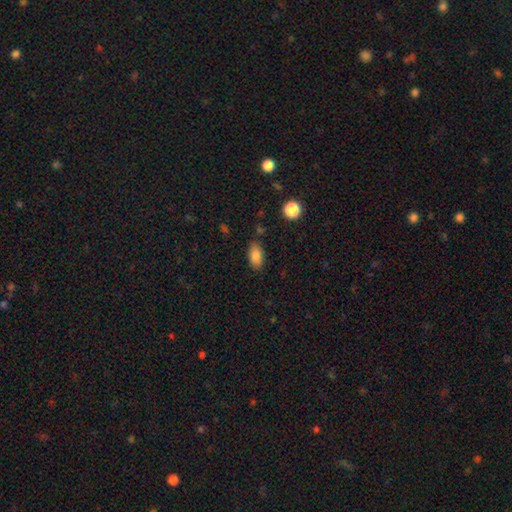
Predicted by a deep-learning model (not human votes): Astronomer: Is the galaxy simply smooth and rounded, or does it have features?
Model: smooth — 83%.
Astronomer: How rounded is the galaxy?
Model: in between — 90%.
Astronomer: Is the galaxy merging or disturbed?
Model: none — 83%.